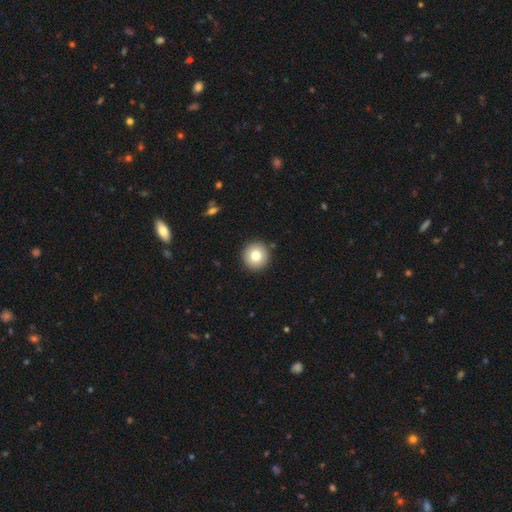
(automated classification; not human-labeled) smooth-or-featured: smooth: 78% | featured or disk: 13% | star or artifact: 9%
  how-rounded: round: 96% | in between: 4% | cigar-shaped: 1%
  merging: none: 92% | minor disturbance: 5% | major disturbance: 2% | merger: 1%